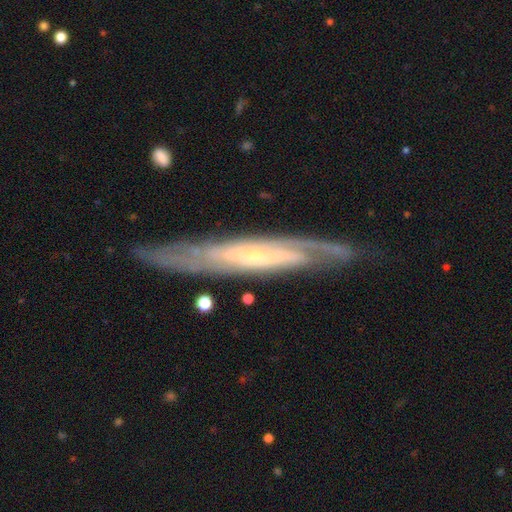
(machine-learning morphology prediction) This is clearly a featured or disk galaxy (81%). It is possibly not viewed edge-on (53%). Merging: likely none (77%).